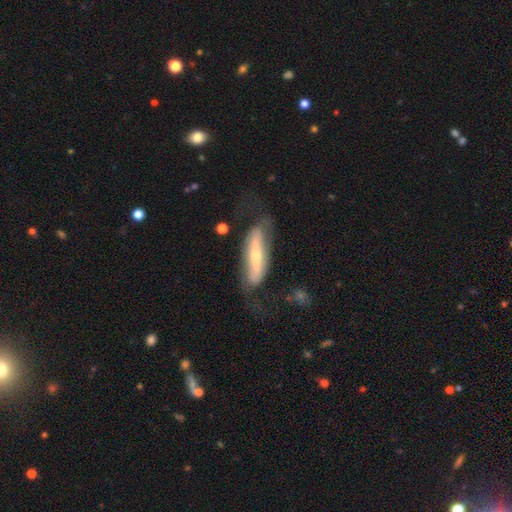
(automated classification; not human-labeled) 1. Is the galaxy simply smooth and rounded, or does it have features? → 68% featured or disk, 27% smooth, 6% star or artifact.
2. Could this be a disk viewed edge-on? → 63% no, 37% yes.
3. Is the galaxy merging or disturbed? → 58% none, 21% minor disturbance, 19% major disturbance, 3% merger.